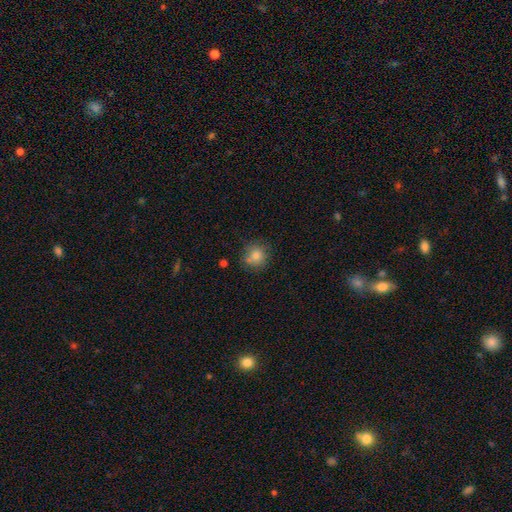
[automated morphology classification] This appears to be a smooth galaxy with no disk features (79%) that is round (86%). Merging: none (72%).